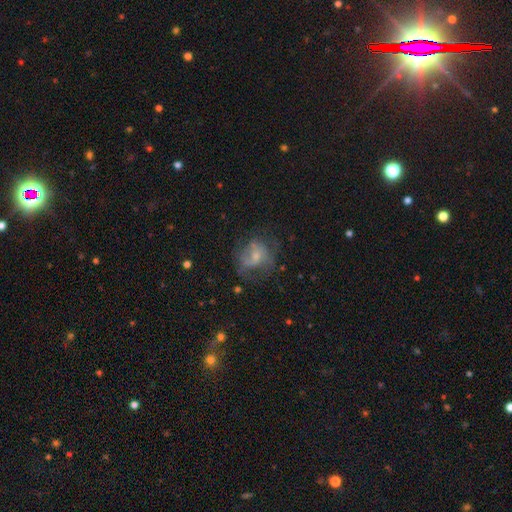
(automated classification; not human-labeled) The model was most divided on "merging": none: 42%, major disturbance: 32%, minor disturbance: 23%, merger: 3%. More confident: edge-on disk — no (97%); smooth or featured — featured or disk (50%).